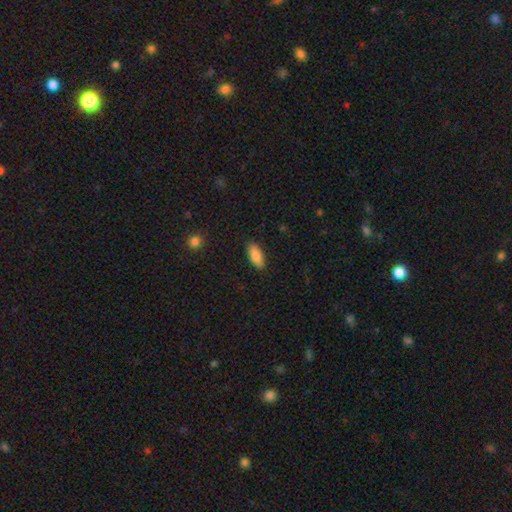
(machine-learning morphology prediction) smooth 87%, star or artifact 6%, featured or disk 6%. Down the decision tree: how rounded — in between (85%); merging — none (88%).